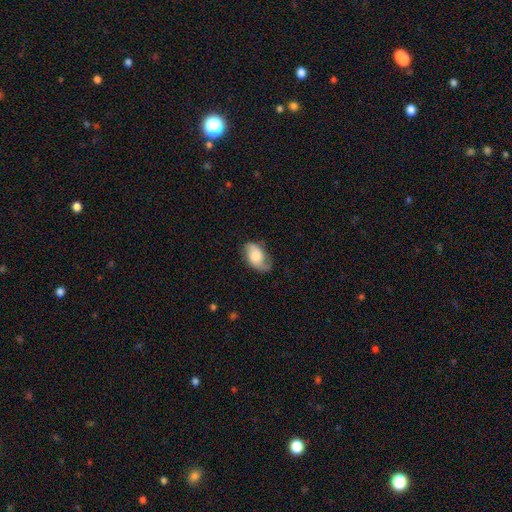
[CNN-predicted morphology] Smooth or featured: smooth — 57% (featured or disk — 36%)
How rounded: in between — 91% (round — 7%)
Merging: none — 61% (minor disturbance — 28%)